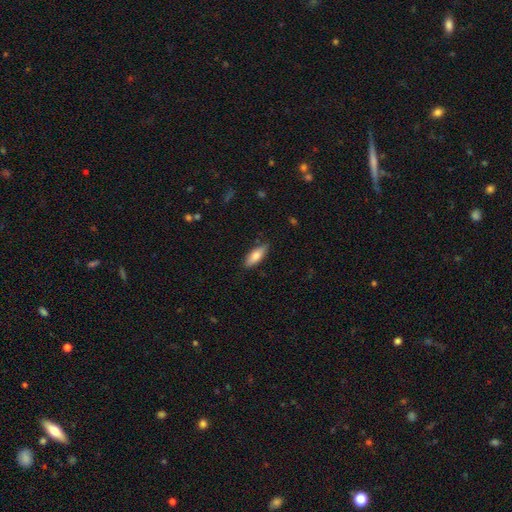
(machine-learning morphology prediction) Smooth or featured? Predicted: smooth (p=0.77). How rounded? Predicted: in between (p=0.68). Merging? Predicted: none (p=0.84).